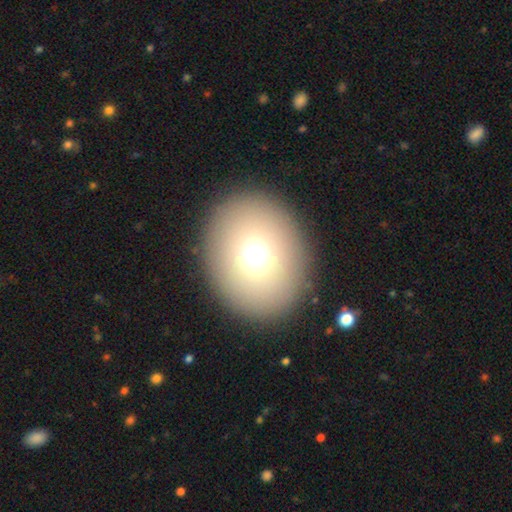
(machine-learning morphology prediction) This is likely a smooth galaxy (68%). How rounded: possibly round (58%). Merging: clearly none (86%).